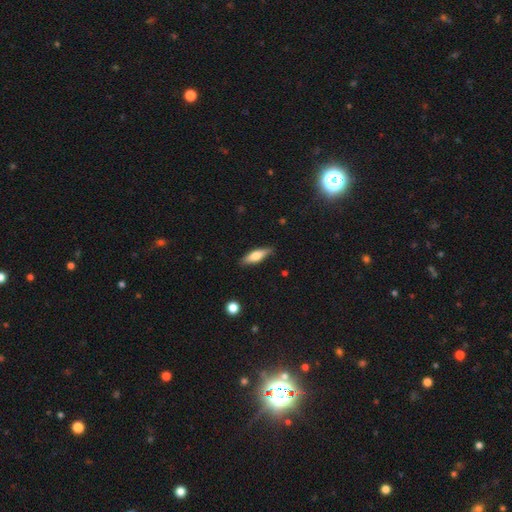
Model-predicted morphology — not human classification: This is likely a smooth galaxy (61%). How rounded: possibly cigar-shaped (52%). Merging: clearly none (85%).